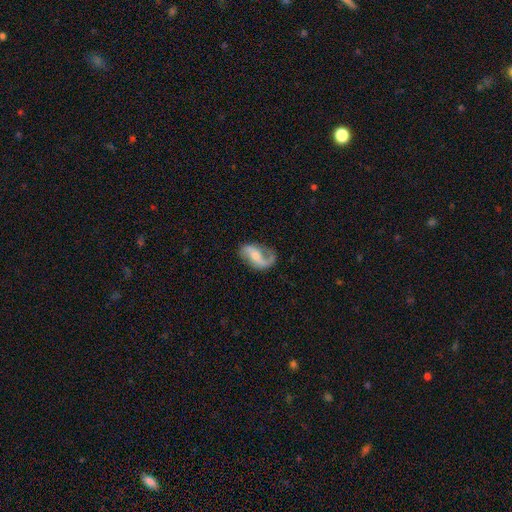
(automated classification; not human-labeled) smooth_or_featured: featured or disk (p=0.75) [alt: smooth p=0.19]
disk_edge_on: no (p=0.96) [alt: yes p=0.04]
bar: weak (p=0.38) [alt: no p=0.34]
has_spiral_arms: yes (p=0.91) [alt: no p=0.09]
spiral_winding: loose (p=0.61) [alt: medium p=0.29]
spiral_arm_count: 2 (p=0.64) [alt: 1 p=0.31]
bulge_size: small (p=0.46) [alt: moderate p=0.43]
merging: none (p=0.58) [alt: minor disturbance p=0.22]